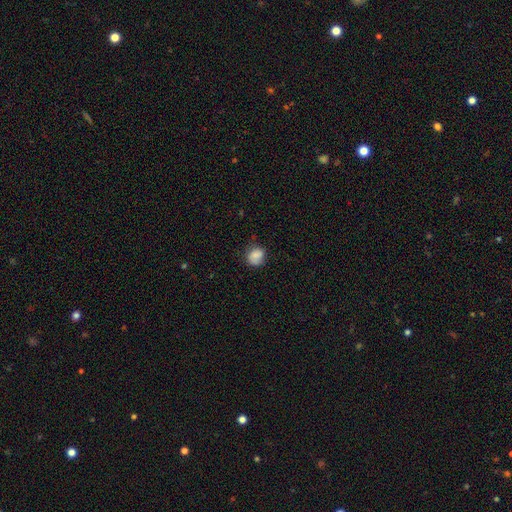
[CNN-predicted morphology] Smooth or featured: smooth — 78% (featured or disk — 13%)
How rounded: round — 69% (in between — 30%)
Merging: none — 63% (minor disturbance — 26%)